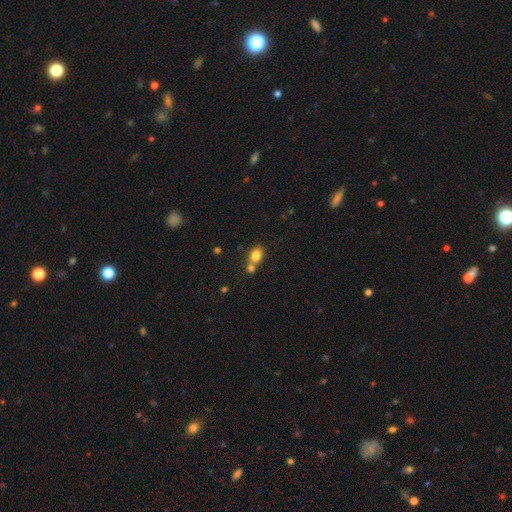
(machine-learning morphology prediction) Overall: smooth (82%). How rounded: in between (63%; round 35%). Merging: none (48%; merger 39%).